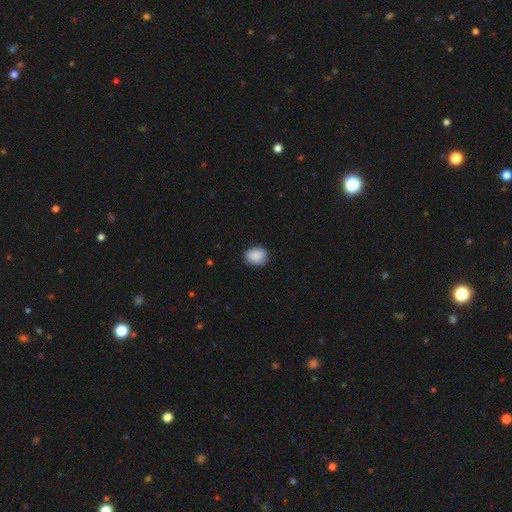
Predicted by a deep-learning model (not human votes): Smooth or featured: smooth — 89% (star or artifact — 7%)
How rounded: in between — 59% (round — 40%)
Merging: none — 84% (minor disturbance — 12%)